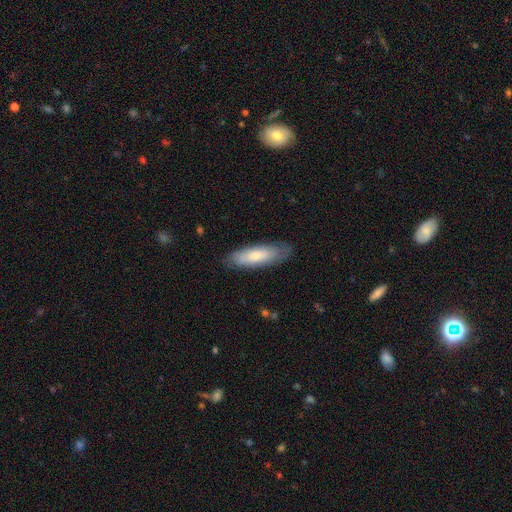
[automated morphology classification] This is likely a smooth galaxy (67%). How rounded: possibly in between (51%). Merging: likely none (79%).